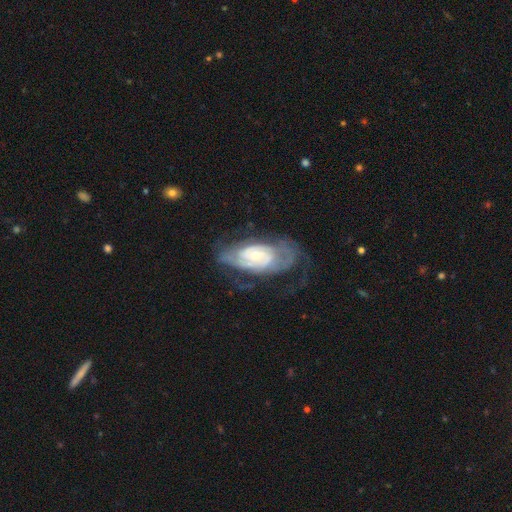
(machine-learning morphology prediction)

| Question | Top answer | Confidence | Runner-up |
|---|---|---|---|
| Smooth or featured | featured or disk | 79% | smooth (15%) |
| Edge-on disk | no | 94% | yes (6%) |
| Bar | no | 67% | weak (27%) |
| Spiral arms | yes | 89% | no (11%) |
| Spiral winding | tight | 60% | medium (30%) |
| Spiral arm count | can't tell | 42% | 2 (36%) |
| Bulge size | small | 56% | moderate (35%) |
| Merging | none | 51% | minor disturbance (24%) |